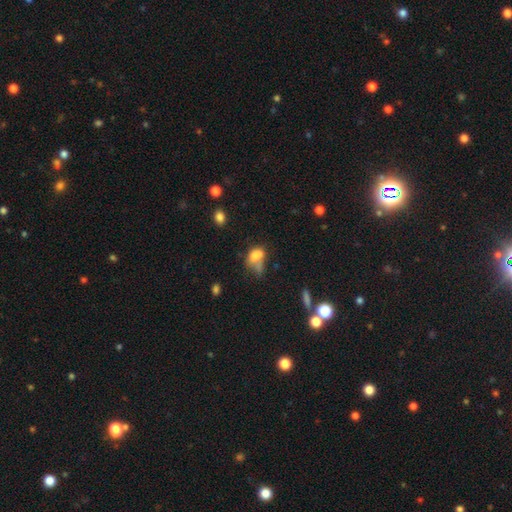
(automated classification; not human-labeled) A smooth galaxy with no disk features (72%) that is in between round and cigar-shaped (79%). Merging: merger (28%).